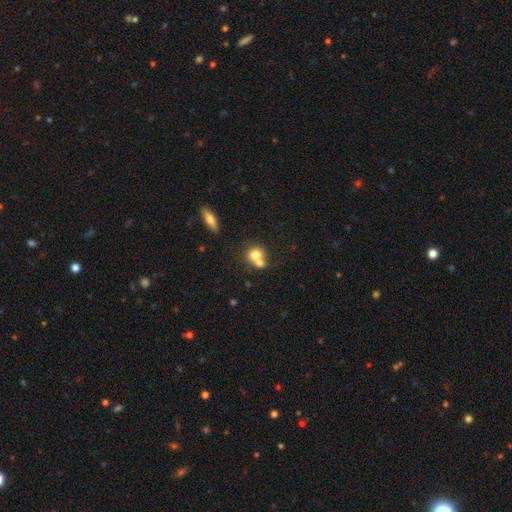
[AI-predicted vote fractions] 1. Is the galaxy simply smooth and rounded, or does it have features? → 73% smooth, 17% featured or disk, 10% star or artifact.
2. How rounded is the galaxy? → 72% round, 27% in between, 1% cigar-shaped.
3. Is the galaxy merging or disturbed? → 58% merger, 30% none, 8% minor disturbance, 4% major disturbance.